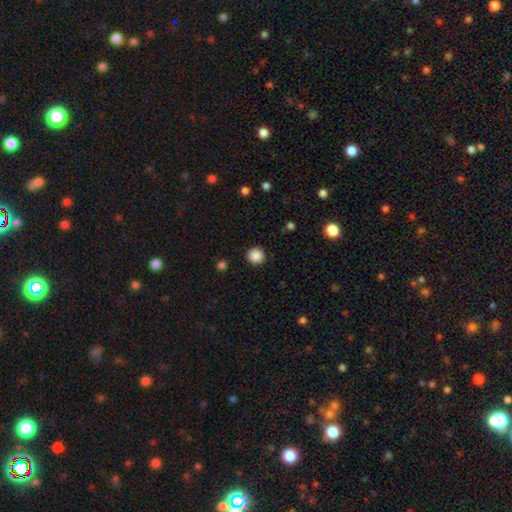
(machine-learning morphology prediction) Smooth or featured?
  - smooth: 88% *
  - star or artifact: 10%
  - featured or disk: 3%
How rounded?
  - round: 94% *
  - in between: 5%
  - cigar-shaped: 1%
Merging?
  - none: 91% *
  - minor disturbance: 6%
  - major disturbance: 2%
  - merger: 1%